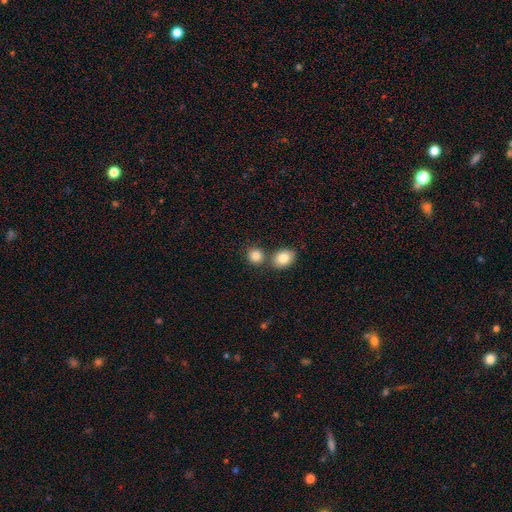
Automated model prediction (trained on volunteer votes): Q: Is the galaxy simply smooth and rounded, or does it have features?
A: smooth — 84%.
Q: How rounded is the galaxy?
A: round — 78%.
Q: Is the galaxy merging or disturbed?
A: none — 63%.